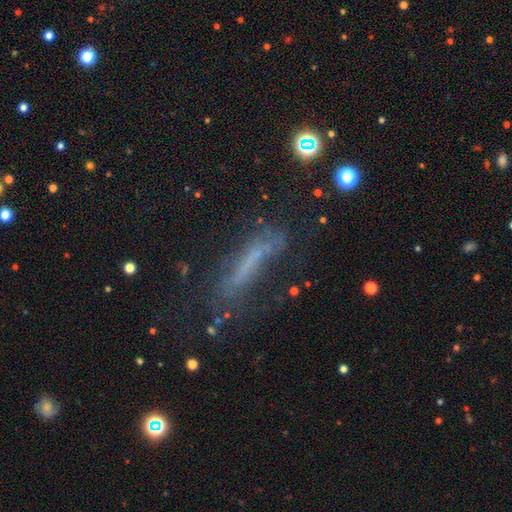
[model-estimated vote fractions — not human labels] featured or disk 41% (tied), smooth 41% (tied), star or artifact 19%. Down the decision tree: merging — none (48%).